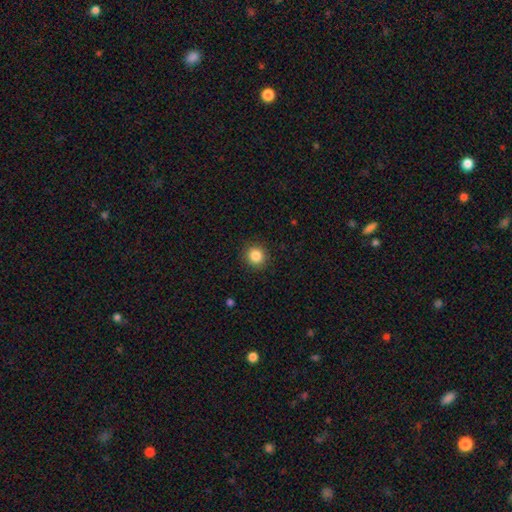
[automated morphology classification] smooth_or_featured: smooth (p=0.86) [alt: star or artifact p=0.10]
how_rounded: round (p=0.90) [alt: in between p=0.09]
merging: none (p=0.91) [alt: minor disturbance p=0.06]